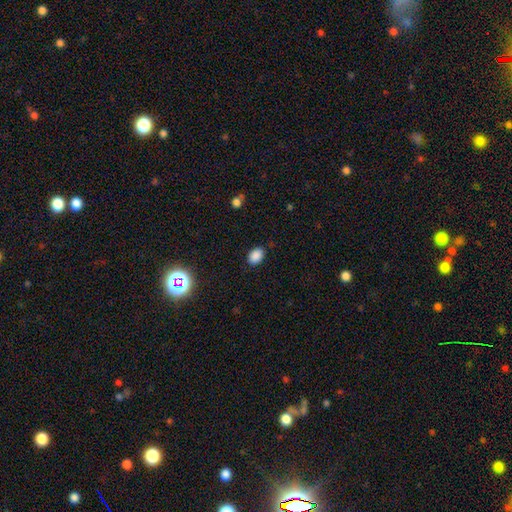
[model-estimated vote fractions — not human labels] smooth-or-featured: smooth: 87% | star or artifact: 10% | featured or disk: 3%
  how-rounded: in between: 79% | round: 20% | cigar-shaped: 1%
  merging: none: 86% | minor disturbance: 10% | major disturbance: 3% | merger: 1%